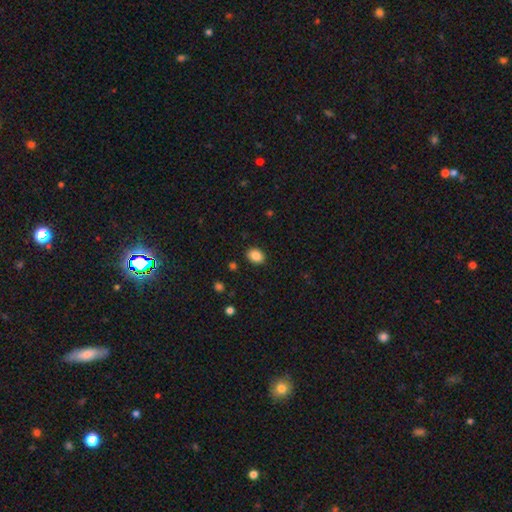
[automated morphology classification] Smooth or featured?
  - smooth: 87% *
  - star or artifact: 9%
  - featured or disk: 4%
How rounded?
  - in between: 61% *
  - round: 38%
  - cigar-shaped: 1%
Merging?
  - none: 89% *
  - minor disturbance: 8%
  - major disturbance: 2%
  - merger: 1%